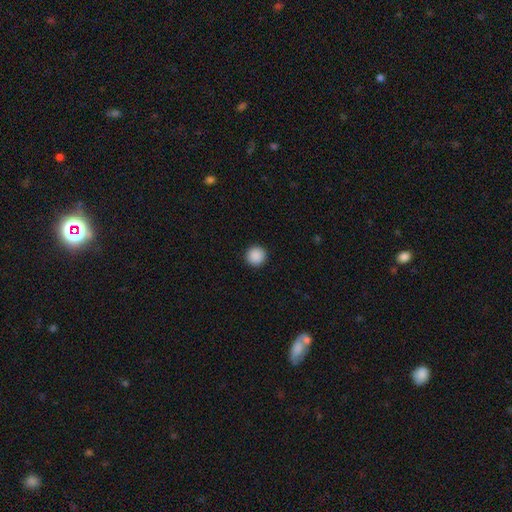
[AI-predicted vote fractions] A smooth galaxy with no disk features (89%) that is round (95%).

Vote fractions:
- Smooth or featured? smooth: 89% / star or artifact: 9% / featured or disk: 2%
- How rounded? round: 95% / in between: 4% / cigar-shaped: 1%
- Merging? none: 93% / minor disturbance: 4% / major disturbance: 2% / merger: 1%